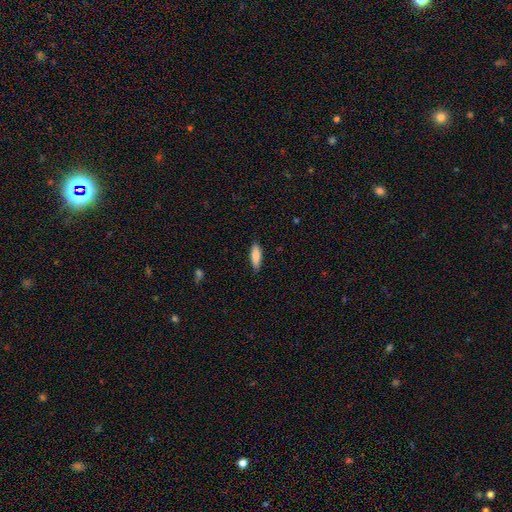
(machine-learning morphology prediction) Overall: smooth (83%). How rounded: cigar-shaped (51%; in between 48%). Merging: none (85%).